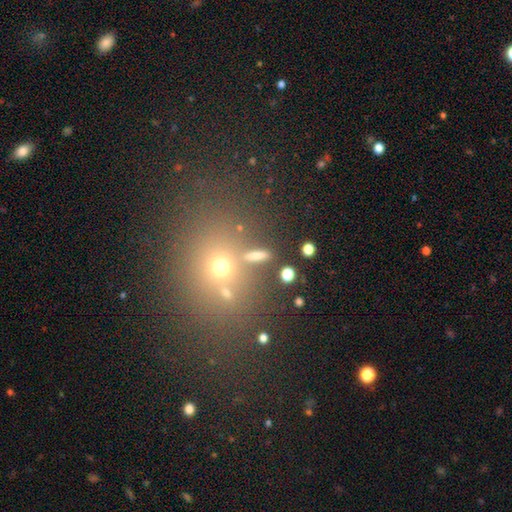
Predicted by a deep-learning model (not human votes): Morphology: type=smooth (70%); roundness=in between (46%); merging=none (76%).